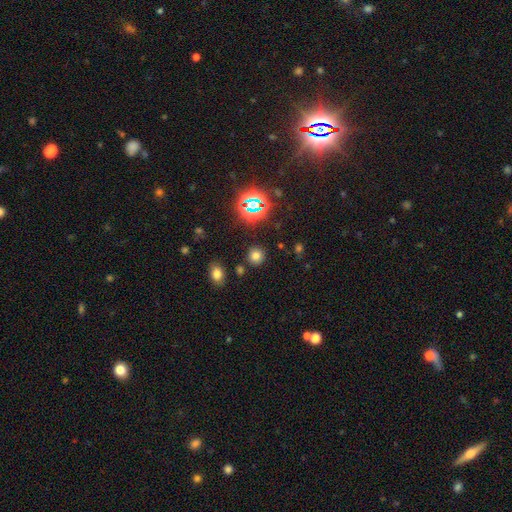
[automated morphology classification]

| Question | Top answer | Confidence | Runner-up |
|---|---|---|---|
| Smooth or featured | smooth | 71% | star or artifact (23%) |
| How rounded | round | 88% | in between (10%) |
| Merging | none | 87% | minor disturbance (7%) |